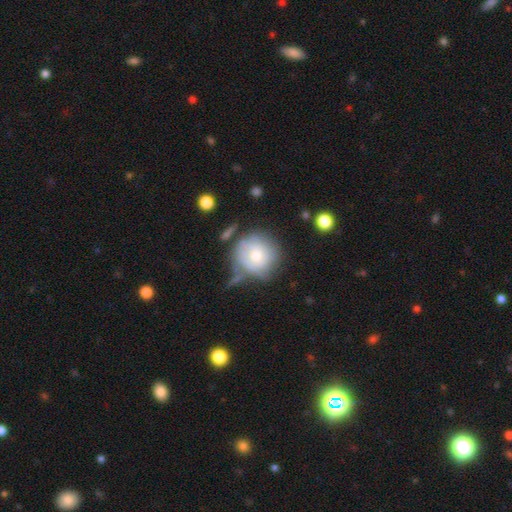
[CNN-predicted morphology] type=smooth (61%); roundness=round (91%); merging=none (52%).